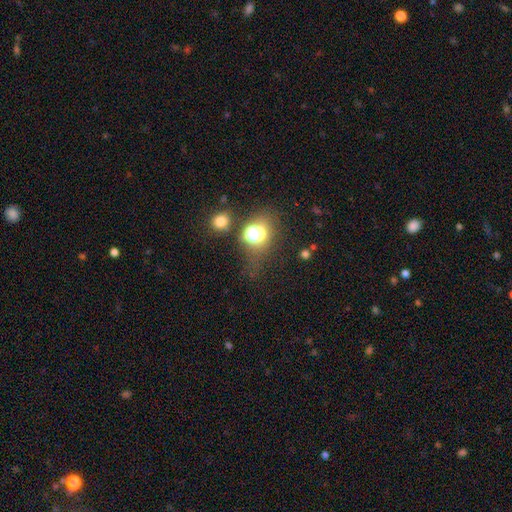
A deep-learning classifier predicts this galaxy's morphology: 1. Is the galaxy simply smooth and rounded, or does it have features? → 46% smooth, 40% star or artifact, 13% featured or disk.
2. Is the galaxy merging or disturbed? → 53% none, 18% minor disturbance, 15% major disturbance, 14% merger.